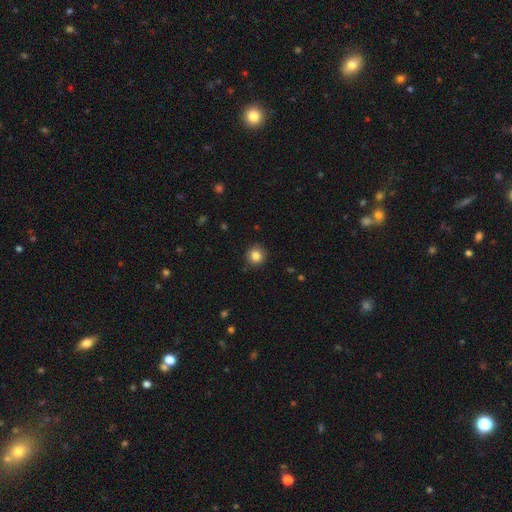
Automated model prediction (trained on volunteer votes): Overall: smooth (85%). How rounded: round (93%). Merging: none (90%).